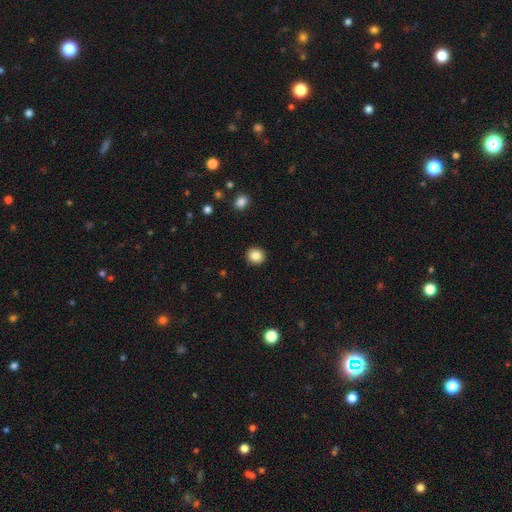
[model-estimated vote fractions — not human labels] This appears to be a smooth galaxy with no disk features (85%) that is round (91%). Merging: none (92%).